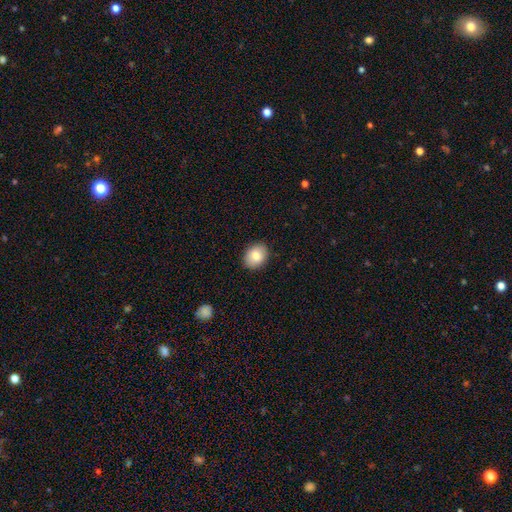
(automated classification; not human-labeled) Smooth or featured? Predicted: smooth (p=0.81). How rounded? Predicted: in between (p=0.55). Merging? Predicted: none (p=0.89).